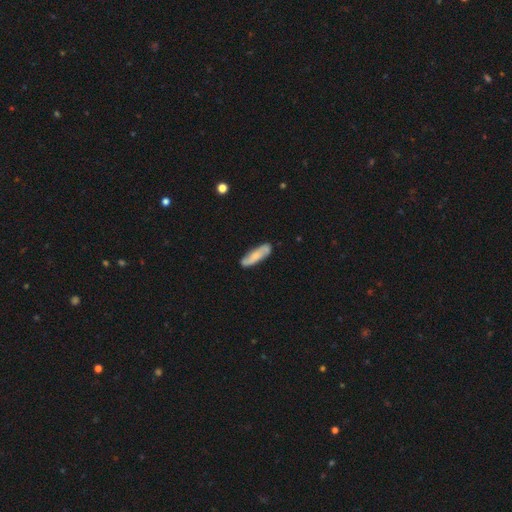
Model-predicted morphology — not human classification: type=smooth (57%); roundness=cigar-shaped (61%); merging=none (82%).